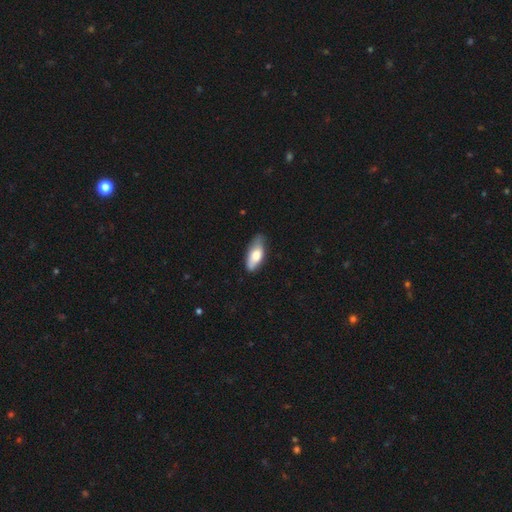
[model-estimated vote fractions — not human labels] Morphology: type=smooth (73%); roundness=in between (80%); merging=none (64%).